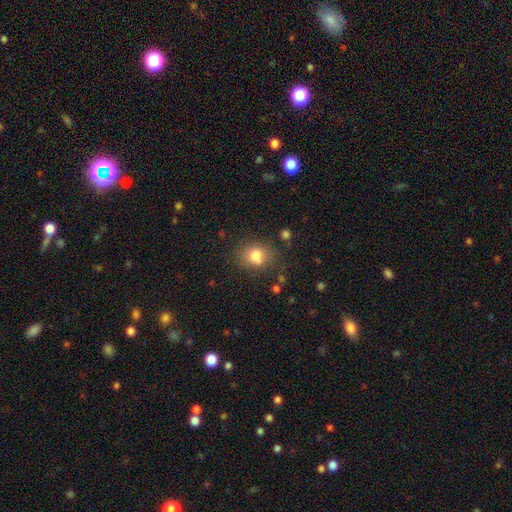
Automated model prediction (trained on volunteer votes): This is likely a smooth galaxy (77%). How rounded: likely round (65%). Merging: likely none (66%).